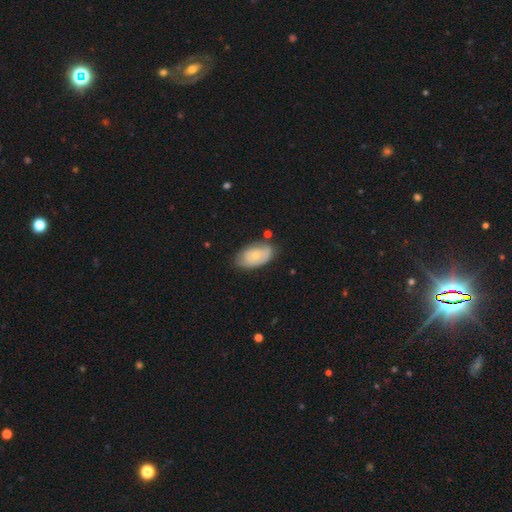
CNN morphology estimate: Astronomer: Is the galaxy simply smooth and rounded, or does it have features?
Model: smooth — 48% (runner-up: featured or disk, 46%).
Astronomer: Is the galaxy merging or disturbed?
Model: none — 65%.